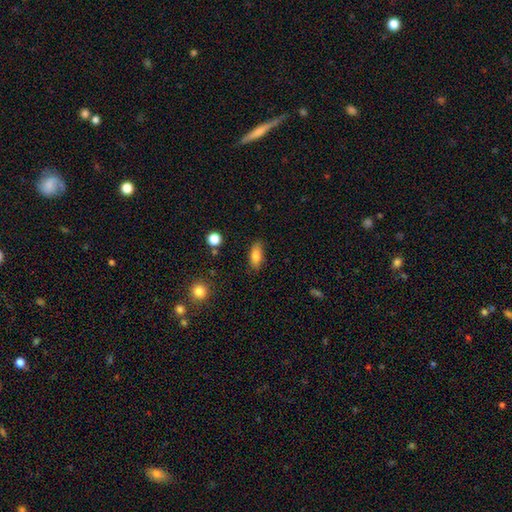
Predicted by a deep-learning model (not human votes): smooth-or-featured: smooth: 82% | featured or disk: 10% | star or artifact: 8%
  how-rounded: in between: 84% | cigar-shaped: 12% | round: 4%
  merging: none: 83% | minor disturbance: 12% | major disturbance: 3% | merger: 2%